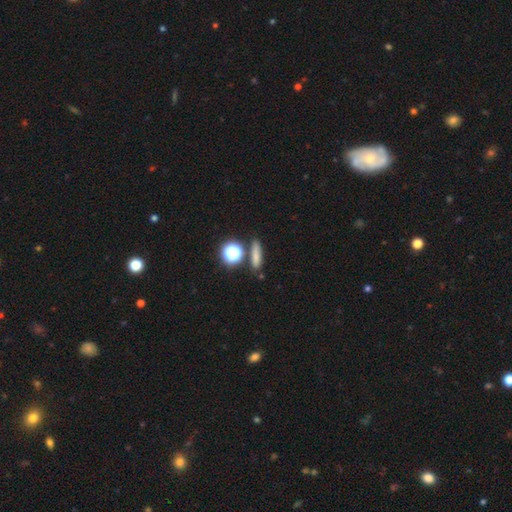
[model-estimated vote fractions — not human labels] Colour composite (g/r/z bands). It shows a smooth galaxy with no disk features (73%) that is cigar-shaped (55%). Merging: none (78%).